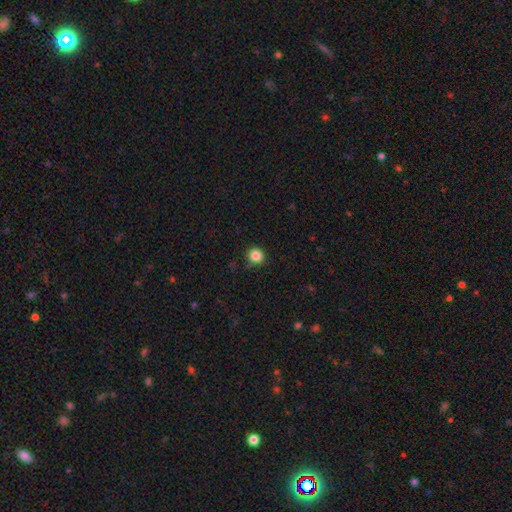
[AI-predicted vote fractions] Smooth or featured? Predicted: smooth (p=0.85). How rounded? Predicted: round (p=0.93). Merging? Predicted: none (p=0.85).